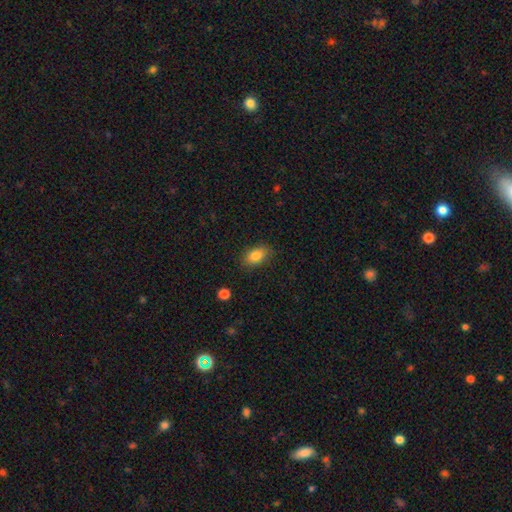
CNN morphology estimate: Overall: smooth (84%). How rounded: in between (86%). Merging: none (85%).